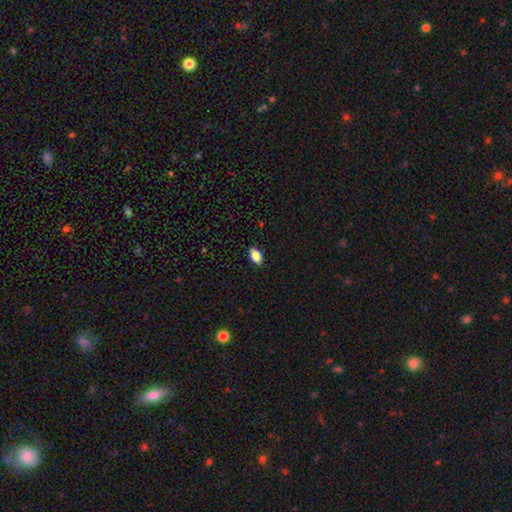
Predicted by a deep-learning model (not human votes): A smooth galaxy with no disk features (86%) that is in between round and cigar-shaped (90%). Merging: none (89%).